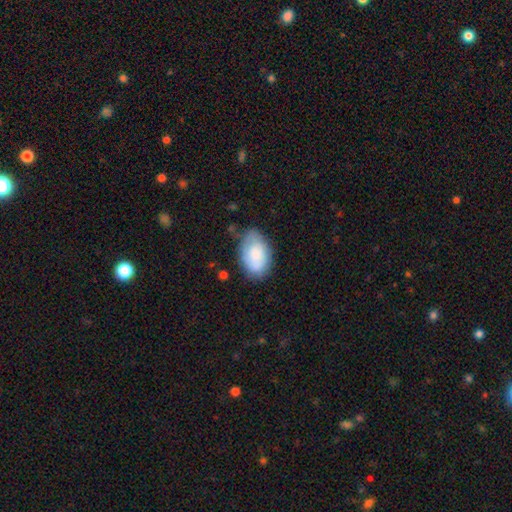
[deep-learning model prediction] A smooth galaxy with no disk features (73%) that is in between round and cigar-shaped (90%).

Vote fractions:
- Smooth or featured? smooth: 73% / featured or disk: 20% / star or artifact: 7%
- How rounded? in between: 90% / round: 8% / cigar-shaped: 1%
- Merging? none: 66% / minor disturbance: 24% / major disturbance: 7% / merger: 3%